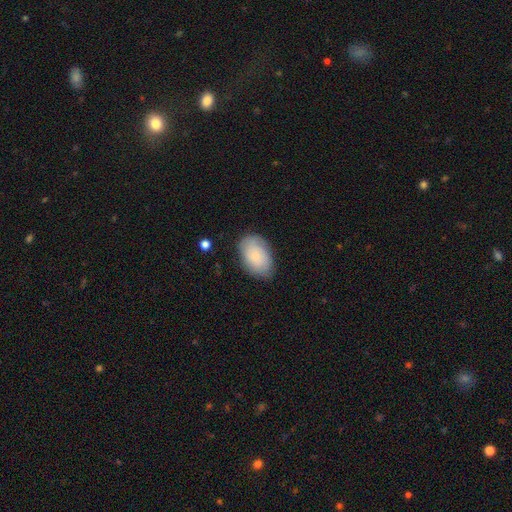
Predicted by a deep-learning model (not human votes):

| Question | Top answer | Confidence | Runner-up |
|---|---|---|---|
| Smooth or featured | smooth | 73% | featured or disk (20%) |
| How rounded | in between | 91% | round (8%) |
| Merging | none | 78% | minor disturbance (16%) |